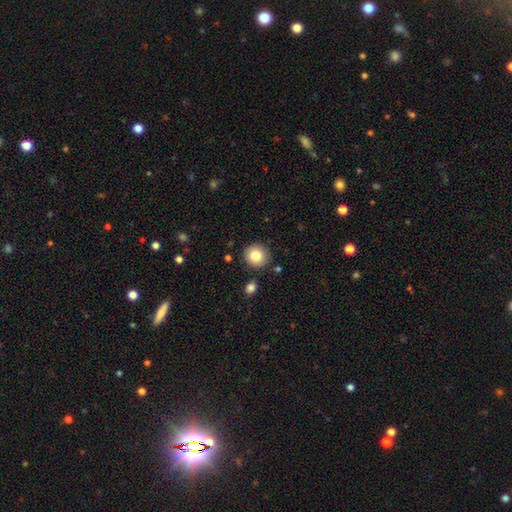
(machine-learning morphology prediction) This is clearly a smooth galaxy (82%). How rounded: clearly round (92%). Merging: clearly none (89%).